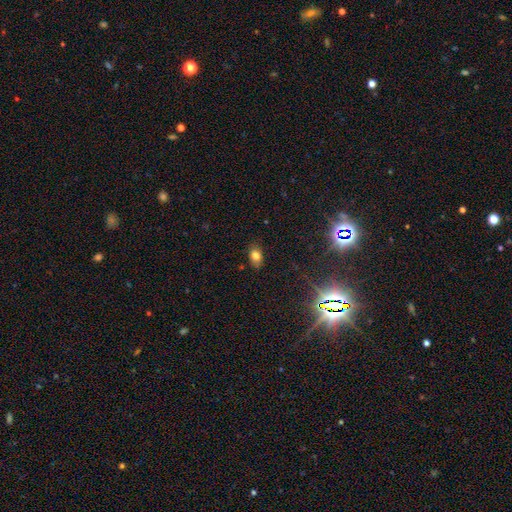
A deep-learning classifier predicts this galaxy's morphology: Smooth or featured? Predicted: smooth (p=0.76). How rounded? Predicted: in between (p=0.83). Merging? Predicted: none (p=0.84).